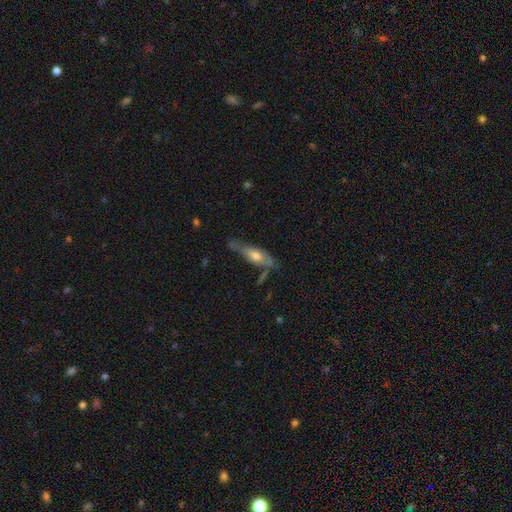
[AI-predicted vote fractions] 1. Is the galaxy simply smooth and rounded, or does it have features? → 54% featured or disk, 38% smooth, 7% star or artifact.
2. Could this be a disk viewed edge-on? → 58% yes, 42% no.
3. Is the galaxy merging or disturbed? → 55% none, 25% minor disturbance, 10% major disturbance, 9% merger.